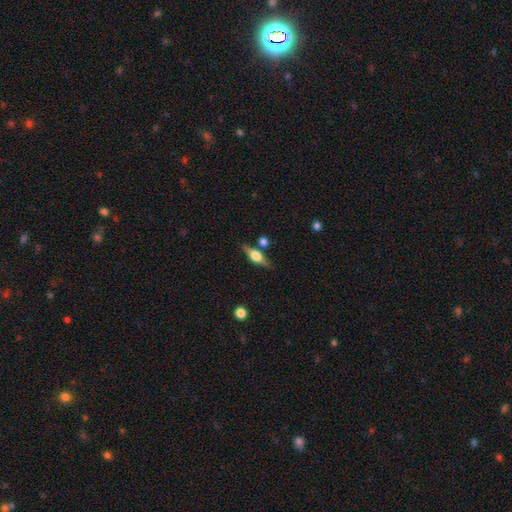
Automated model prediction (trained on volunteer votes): This is likely a featured or disk galaxy (69%). It is clearly viewed edge-on (96%). Edge-on bulge: clearly rounded (92%). Merging: clearly none (80%).